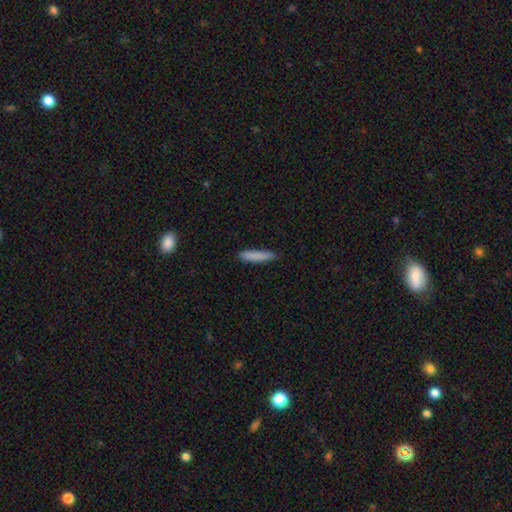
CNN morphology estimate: smooth 85%, featured or disk 8%, star or artifact 7%. Down the decision tree: how rounded — cigar-shaped (85%); merging — none (83%).